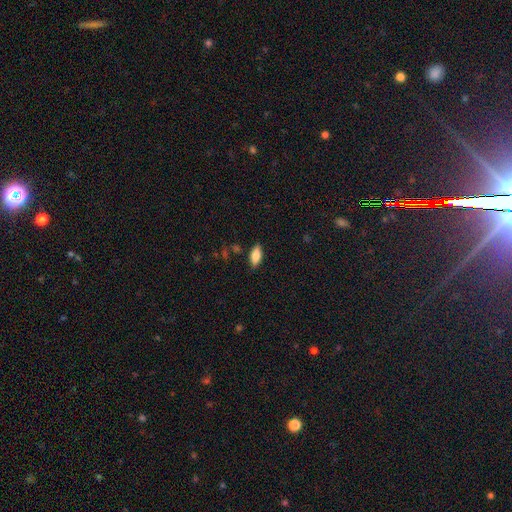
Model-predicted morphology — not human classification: Overall: smooth (79%). How rounded: in between (83%). Merging: none (84%).